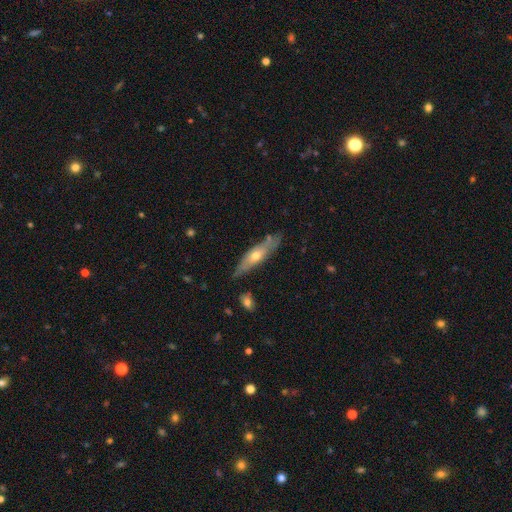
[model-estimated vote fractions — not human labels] Smooth or featured? Predicted: featured or disk (p=0.59). Edge-on disk? Predicted: yes (p=0.71). Merging? Predicted: none (p=0.78).